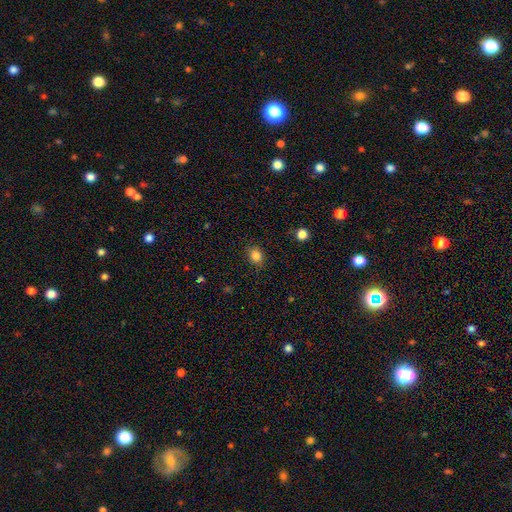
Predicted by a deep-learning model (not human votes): This appears to be a smooth galaxy with no disk features (84%) that is in between round and cigar-shaped (51%). Merging: none (85%).